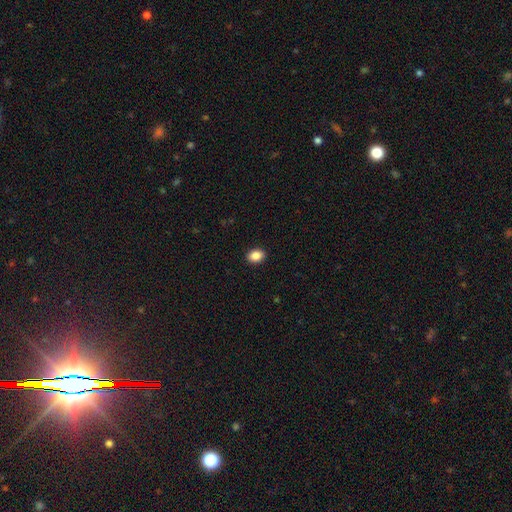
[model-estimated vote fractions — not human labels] smooth-or-featured: smooth: 88% | star or artifact: 9% | featured or disk: 4%
  how-rounded: in between: 64% | round: 35% | cigar-shaped: 1%
  merging: none: 91% | minor disturbance: 6% | major disturbance: 2% | merger: 1%